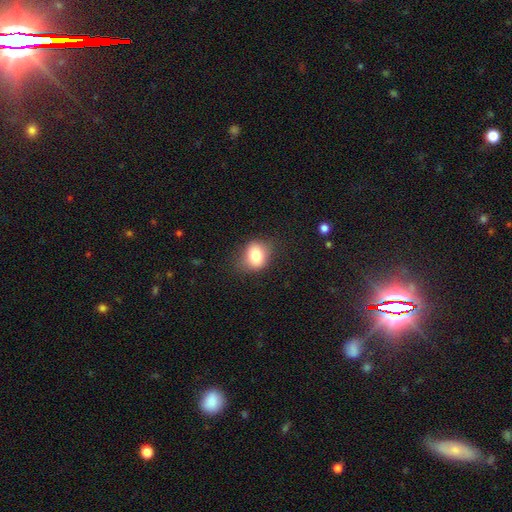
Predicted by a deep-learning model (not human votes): A smooth galaxy with no disk features (78%) that is in between round and cigar-shaped (50%). Merging: none (72%).